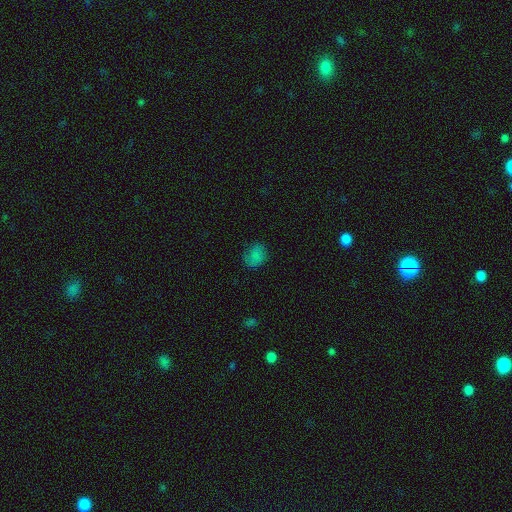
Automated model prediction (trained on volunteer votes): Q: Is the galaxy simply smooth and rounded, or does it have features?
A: smooth — 72%.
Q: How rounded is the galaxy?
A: in between — 53%.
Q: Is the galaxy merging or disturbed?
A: none — 64%.